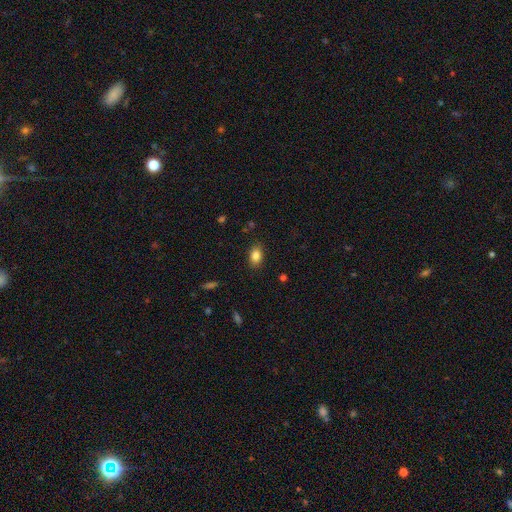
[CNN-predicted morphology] smooth-or-featured: smooth: 85% | star or artifact: 9% | featured or disk: 6%
  how-rounded: in between: 80% | round: 18% | cigar-shaped: 1%
  merging: none: 86% | minor disturbance: 10% | major disturbance: 3% | merger: 1%